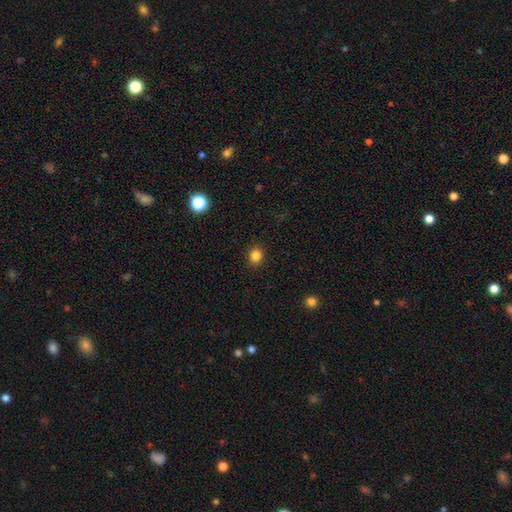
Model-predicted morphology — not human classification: A smooth galaxy with no disk features (83%) that is round (77%). Merging: none (91%).